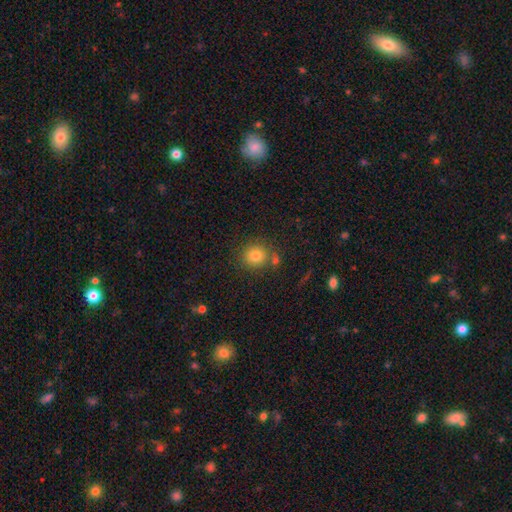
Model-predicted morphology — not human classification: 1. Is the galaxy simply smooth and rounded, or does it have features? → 80% smooth, 12% star or artifact, 8% featured or disk.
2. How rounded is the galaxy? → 87% round, 12% in between, 1% cigar-shaped.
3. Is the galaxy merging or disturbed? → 74% none, 13% merger, 10% minor disturbance, 4% major disturbance.